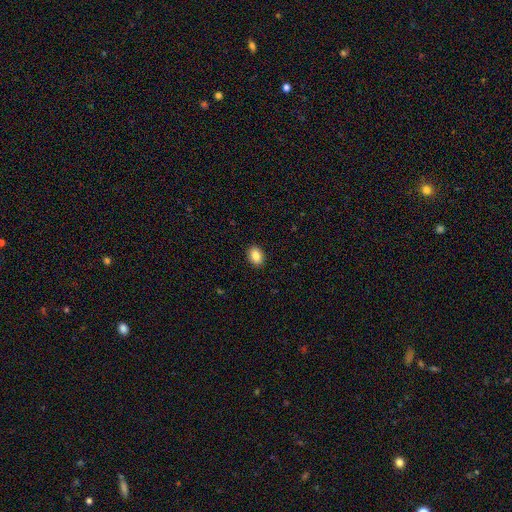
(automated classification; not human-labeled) Morphology: type=smooth (86%); roundness=in between (76%); merging=none (91%).